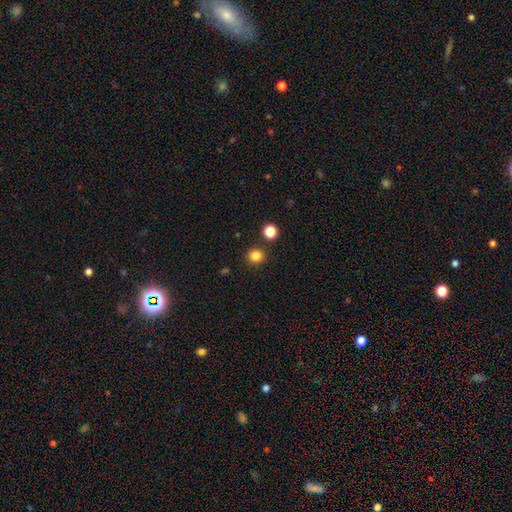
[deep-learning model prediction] smooth-or-featured: smooth: 84% | star or artifact: 13% | featured or disk: 4%
  how-rounded: round: 92% | in between: 7% | cigar-shaped: 1%
  merging: none: 89% | minor disturbance: 5% | merger: 4% | major disturbance: 2%